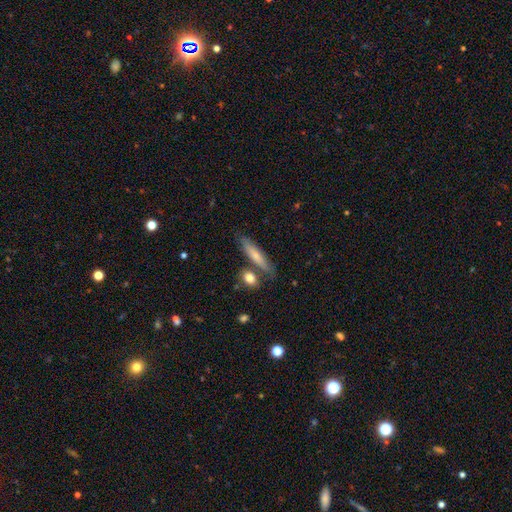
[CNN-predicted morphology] A smooth galaxy with no disk features (67%) that is cigar-shaped (82%).

Vote fractions:
- Smooth or featured? smooth: 67% / featured or disk: 27% / star or artifact: 6%
- How rounded? cigar-shaped: 82% / in between: 15% / round: 2%
- Merging? none: 74% / minor disturbance: 12% / merger: 10% / major disturbance: 3%